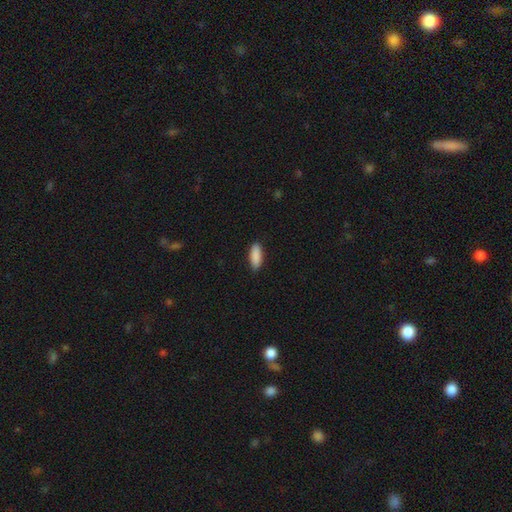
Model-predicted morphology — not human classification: This appears to be a smooth galaxy with no disk features (90%) that is in between round and cigar-shaped (67%). Merging: none (88%).